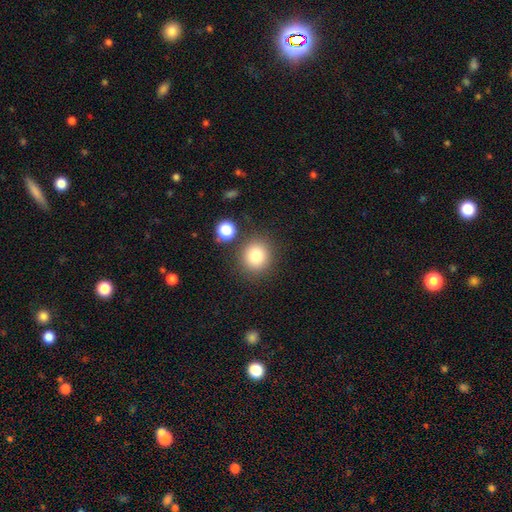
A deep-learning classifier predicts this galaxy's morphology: smooth_or_featured: smooth (p=0.82) [alt: star or artifact p=0.11]
how_rounded: round (p=0.86) [alt: in between p=0.13]
merging: none (p=0.82) [alt: minor disturbance p=0.09]